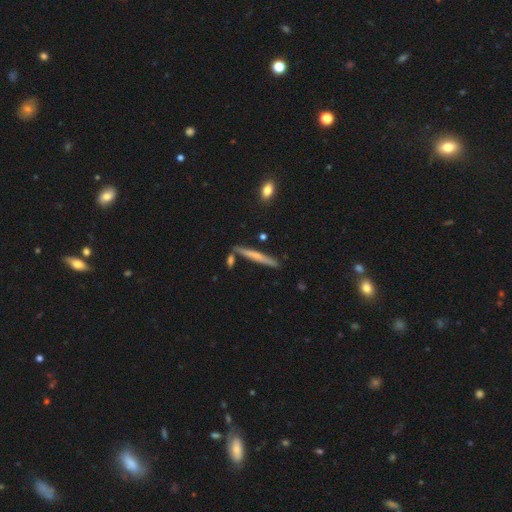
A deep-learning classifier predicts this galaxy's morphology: This is possibly a smooth galaxy (52%). How rounded: clearly cigar-shaped (95%). Merging: clearly none (83%).